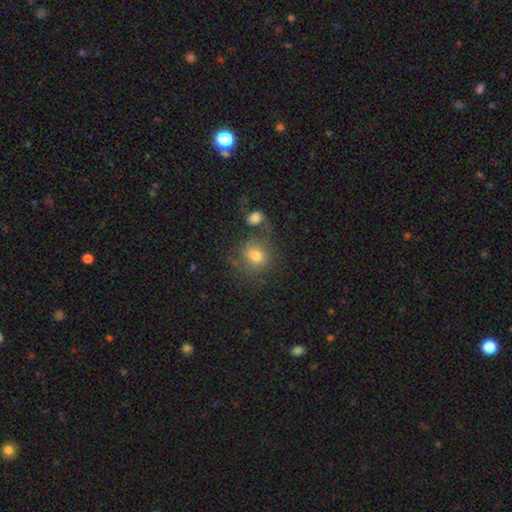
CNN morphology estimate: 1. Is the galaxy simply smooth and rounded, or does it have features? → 73% smooth, 15% featured or disk, 12% star or artifact.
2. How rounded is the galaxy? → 70% round, 29% in between, 1% cigar-shaped.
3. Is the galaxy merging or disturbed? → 51% none, 22% merger, 14% minor disturbance, 12% major disturbance.